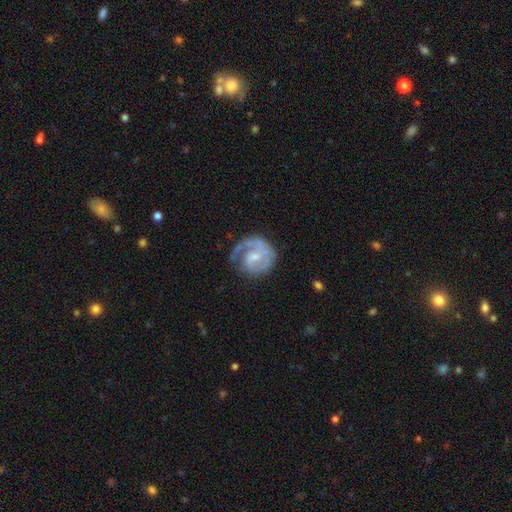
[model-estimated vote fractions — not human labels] Smooth or featured: featured or disk — 77% (smooth — 18%)
Edge-on disk: no — 98% (yes — 2%)
Bar: weak — 48% (no — 42%)
Spiral arms: yes — 90% (no — 10%)
Spiral winding: tight — 44% (medium — 39%)
Spiral arm count: 1 — 47% (2 — 33%)
Bulge size: small — 50% (moderate — 36%)
Merging: none — 57% (minor disturbance — 21%)